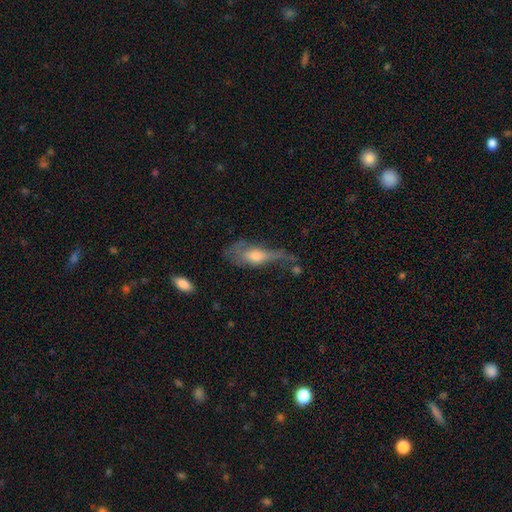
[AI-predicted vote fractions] smooth-or-featured: smooth: 45% (tied) | featured or disk: 45% (tied) | star or artifact: 10%
  merging: major disturbance: 46% | minor disturbance: 24% | none: 23% | merger: 7%